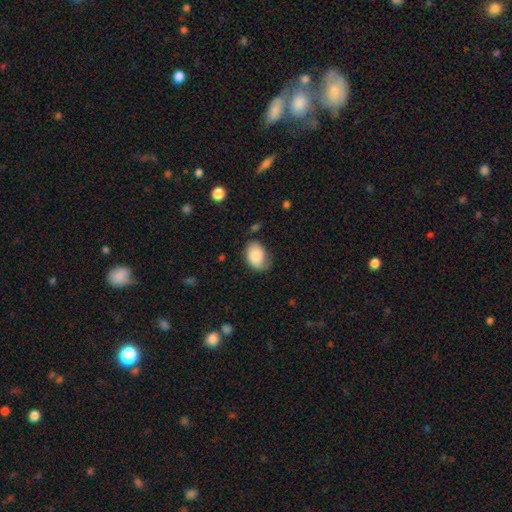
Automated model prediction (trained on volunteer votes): Smooth or featured? smooth (78%)
How rounded? in between (81%)
Merging? none (55%)